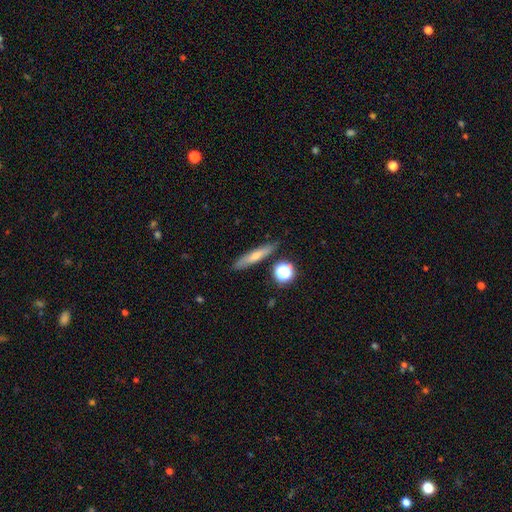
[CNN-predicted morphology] A smooth galaxy with no disk features (47%).

Vote fractions:
- Smooth or featured? smooth: 47% / featured or disk: 42% / star or artifact: 10%
- Merging? none: 83% / minor disturbance: 10% / merger: 4% / major disturbance: 2%